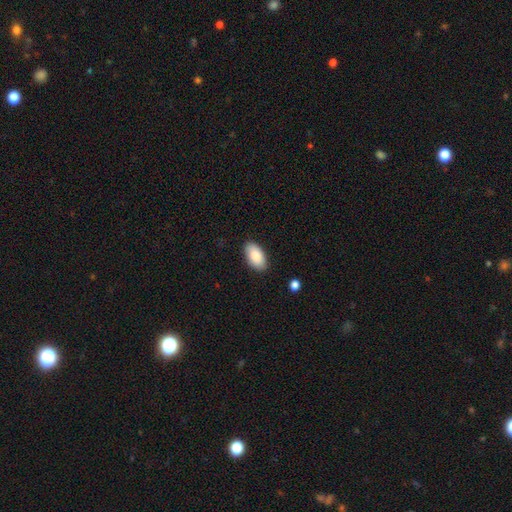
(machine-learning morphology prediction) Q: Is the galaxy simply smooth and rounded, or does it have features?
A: smooth — 87%.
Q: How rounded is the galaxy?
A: in between — 95%.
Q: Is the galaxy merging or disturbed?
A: none — 87%.